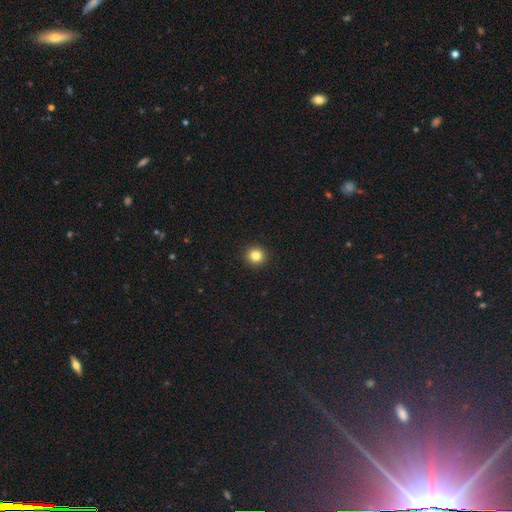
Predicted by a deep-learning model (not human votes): This appears to be a smooth galaxy with no disk features (83%) that is round (94%). Merging: none (94%).